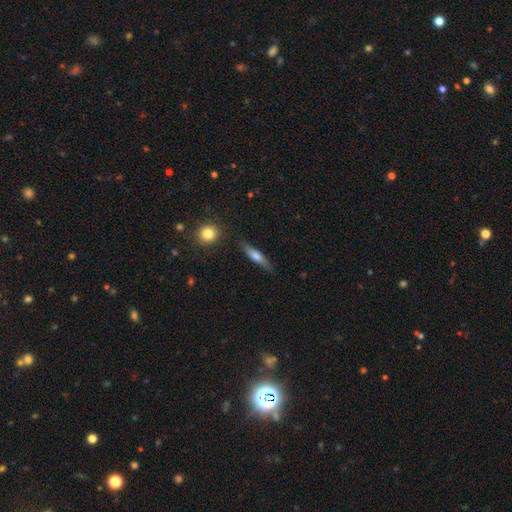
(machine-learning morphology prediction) Q: Smooth or featured?
A: smooth (58%); runner-up: featured or disk (35%)
Q: How rounded?
A: cigar-shaped (80%); runner-up: in between (17%)
Q: Merging?
A: none (83%); runner-up: minor disturbance (12%)